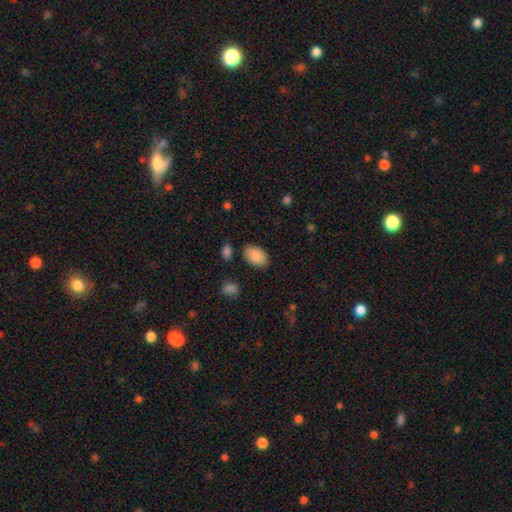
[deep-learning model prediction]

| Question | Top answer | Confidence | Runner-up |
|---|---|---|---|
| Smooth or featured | smooth | 89% | star or artifact (7%) |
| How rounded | in between | 90% | round (9%) |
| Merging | none | 82% | minor disturbance (12%) |